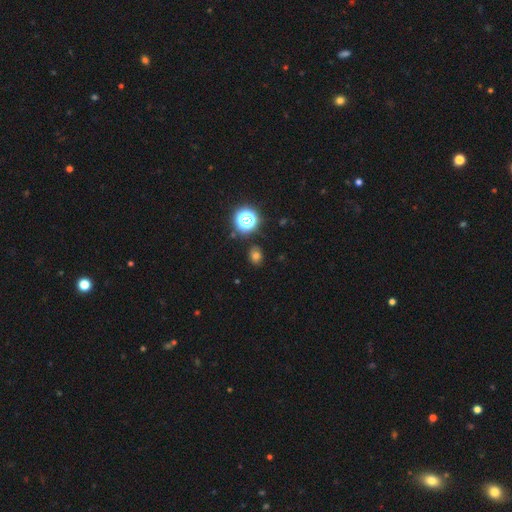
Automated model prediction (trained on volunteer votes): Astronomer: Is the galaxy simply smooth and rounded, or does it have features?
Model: smooth — 71%.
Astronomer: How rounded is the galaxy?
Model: round — 55% (runner-up: in between, 44%).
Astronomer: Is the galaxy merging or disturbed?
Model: none — 84%.